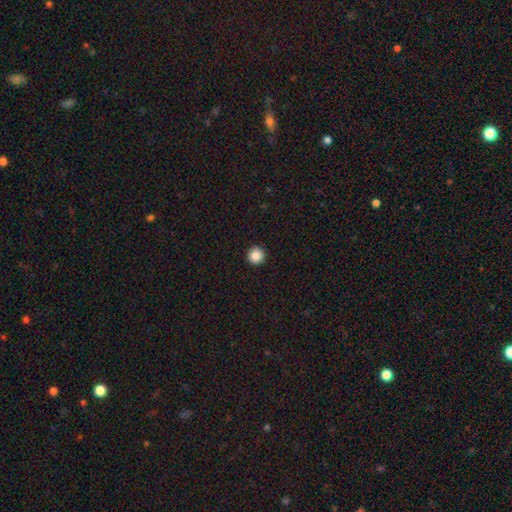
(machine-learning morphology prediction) type=smooth (88%); roundness=round (96%); merging=none (93%).